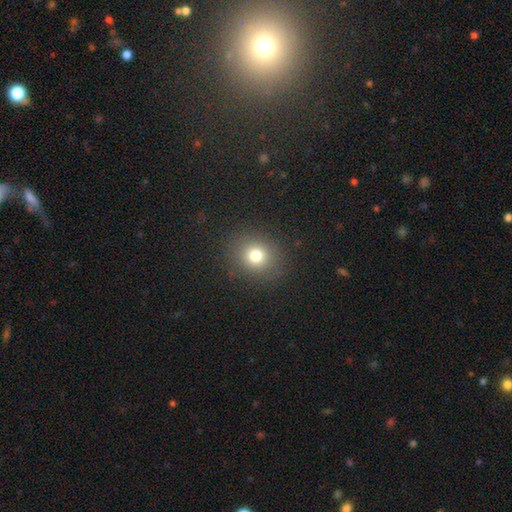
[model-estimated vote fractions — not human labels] Smooth or featured: smooth — 76% (star or artifact — 15%)
How rounded: round — 78% (in between — 21%)
Merging: none — 88% (minor disturbance — 7%)